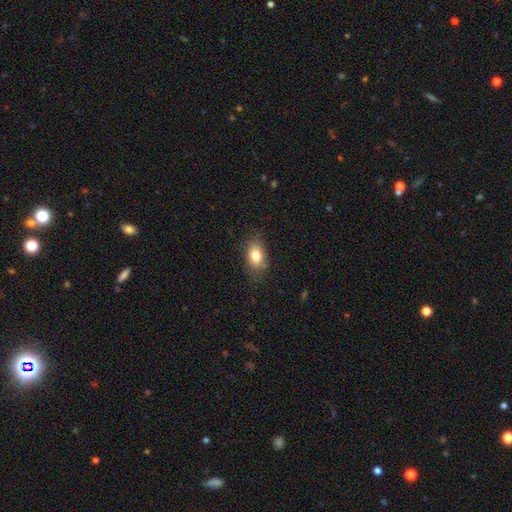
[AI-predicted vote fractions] Smooth or featured: smooth — 80% (featured or disk — 10%)
How rounded: in between — 79% (round — 19%)
Merging: none — 77% (minor disturbance — 17%)